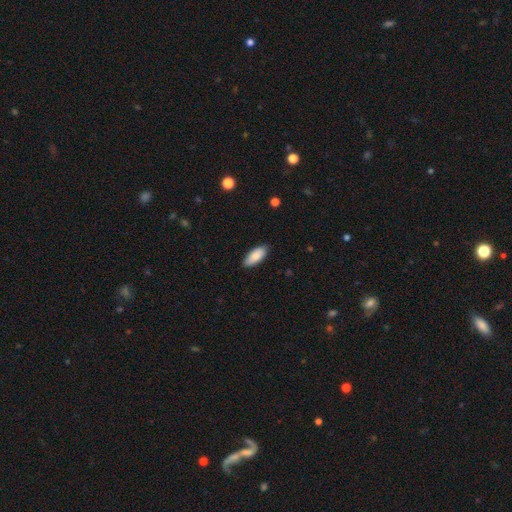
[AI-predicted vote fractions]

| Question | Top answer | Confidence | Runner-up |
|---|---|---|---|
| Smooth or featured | smooth | 86% | featured or disk (8%) |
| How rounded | in between | 85% | cigar-shaped (13%) |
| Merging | none | 86% | minor disturbance (11%) |